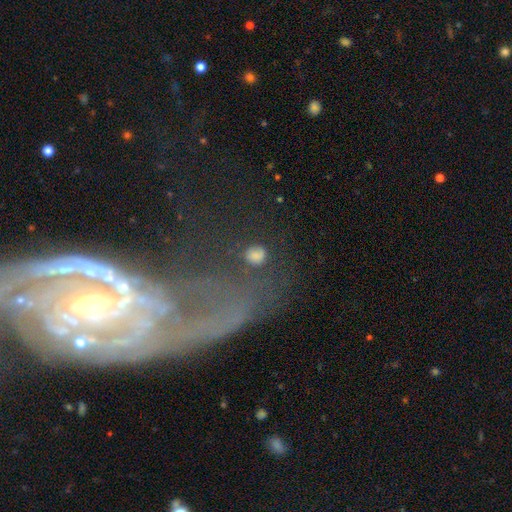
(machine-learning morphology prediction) type=smooth (66%); roundness=round (75%); merging=none (76%).